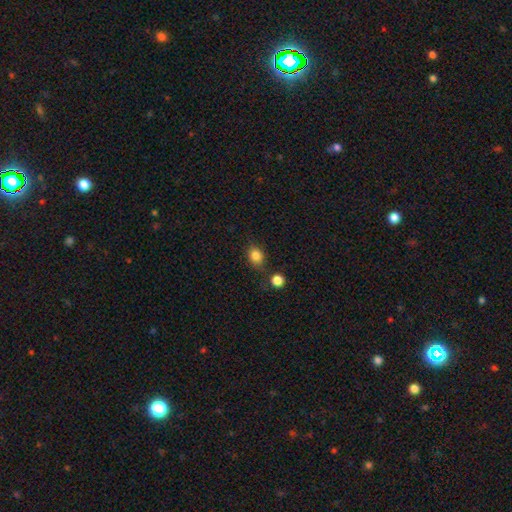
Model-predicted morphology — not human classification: smooth-or-featured: smooth: 84% | star or artifact: 11% | featured or disk: 5%
  how-rounded: round: 60% | in between: 39% | cigar-shaped: 1%
  merging: none: 73% | minor disturbance: 15% | merger: 8% | major disturbance: 5%